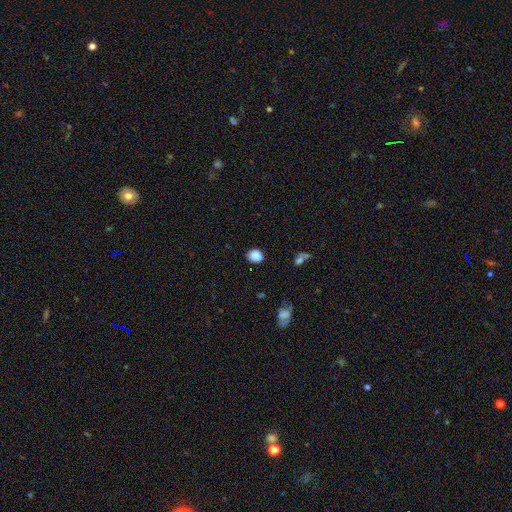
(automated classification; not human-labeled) Smooth or featured? Predicted: smooth (p=0.86). How rounded? Predicted: round (p=0.58). Merging? Predicted: none (p=0.85).